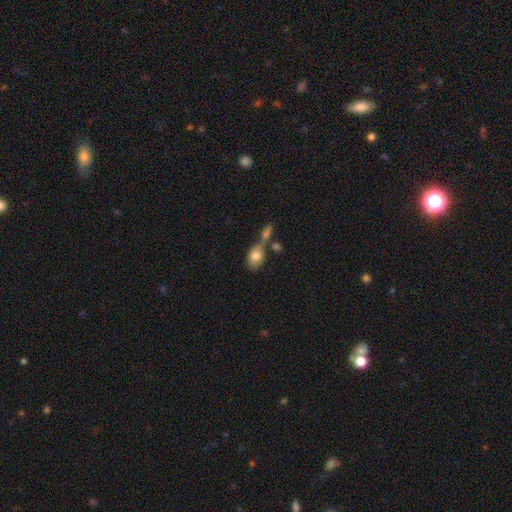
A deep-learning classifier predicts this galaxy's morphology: smooth-or-featured: smooth: 76% | featured or disk: 17% | star or artifact: 7%
  how-rounded: in between: 81% | round: 16% | cigar-shaped: 3%
  merging: merger: 52% | none: 27% | minor disturbance: 13% | major disturbance: 8%